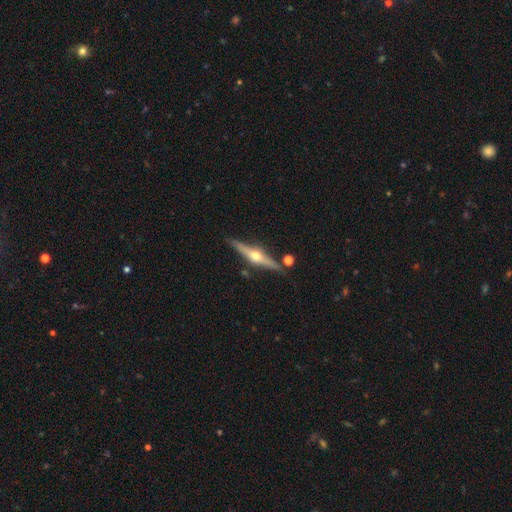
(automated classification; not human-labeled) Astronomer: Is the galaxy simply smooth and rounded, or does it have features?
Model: featured or disk — 81%.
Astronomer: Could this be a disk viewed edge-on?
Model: yes — 98%.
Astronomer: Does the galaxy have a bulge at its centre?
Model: rounded — 95%.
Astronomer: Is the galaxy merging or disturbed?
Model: none — 86%.